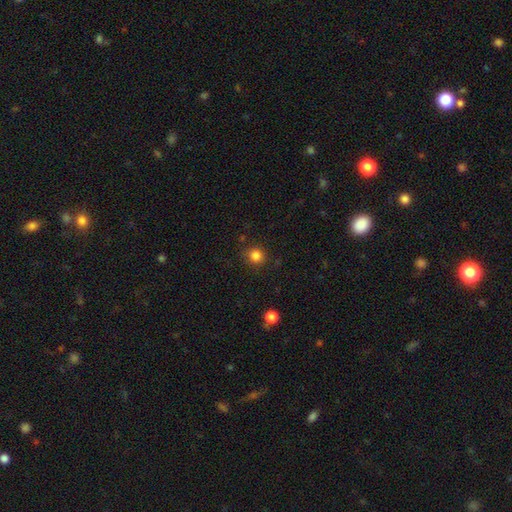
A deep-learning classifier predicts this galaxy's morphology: A smooth galaxy with no disk features (83%) that is round (91%).

Vote fractions:
- Smooth or featured? smooth: 83% / star or artifact: 13% / featured or disk: 4%
- How rounded? round: 91% / in between: 8% / cigar-shaped: 1%
- Merging? none: 87% / minor disturbance: 8% / major disturbance: 3% / merger: 2%